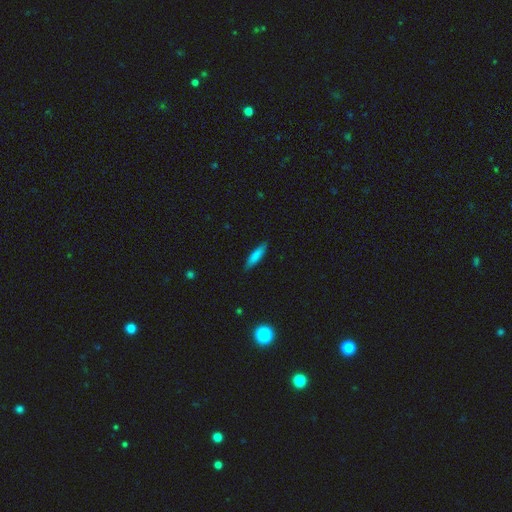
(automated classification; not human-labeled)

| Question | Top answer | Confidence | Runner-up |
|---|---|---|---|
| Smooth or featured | smooth | 80% | featured or disk (13%) |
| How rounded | cigar-shaped | 76% | in between (23%) |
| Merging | none | 86% | minor disturbance (11%) |